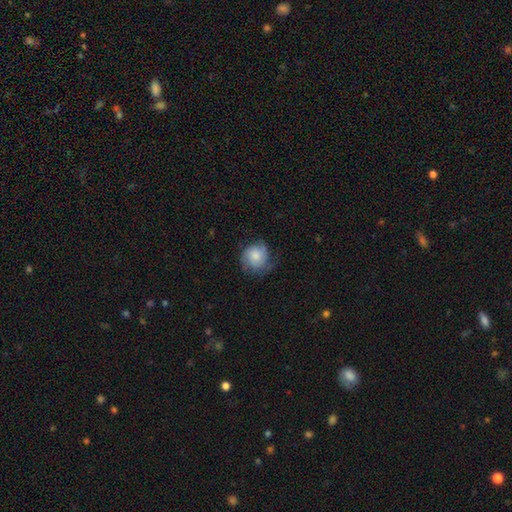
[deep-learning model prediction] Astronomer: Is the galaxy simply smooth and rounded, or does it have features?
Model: smooth — 61%.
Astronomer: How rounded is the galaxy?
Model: round — 84%.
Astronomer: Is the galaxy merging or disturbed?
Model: none — 59%.